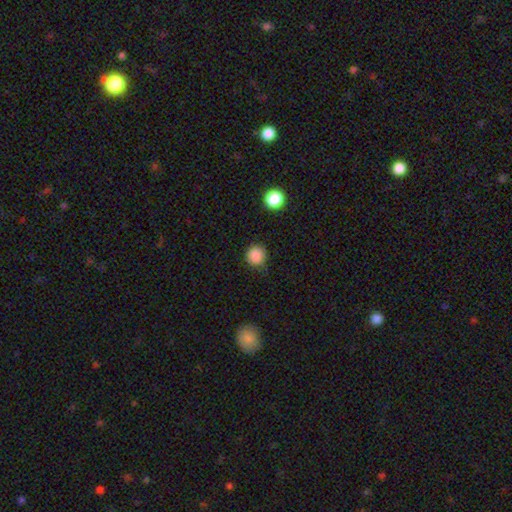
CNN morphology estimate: Q: Smooth or featured?
A: smooth (86%); runner-up: star or artifact (11%)
Q: How rounded?
A: round (93%); runner-up: in between (6%)
Q: Merging?
A: none (81%); runner-up: minor disturbance (14%)